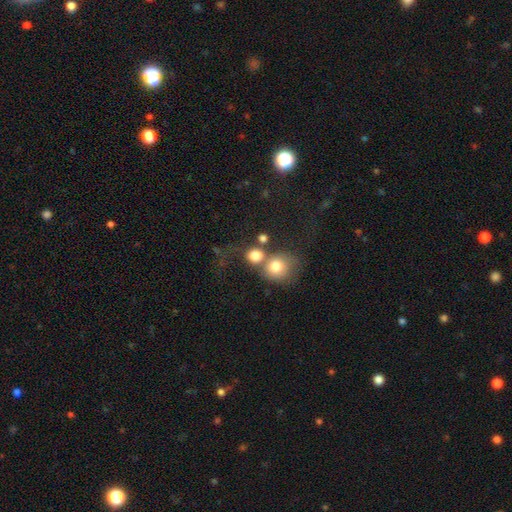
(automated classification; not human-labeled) A smooth galaxy with no disk features (79%) that is round (79%). Merging: merger (45%).